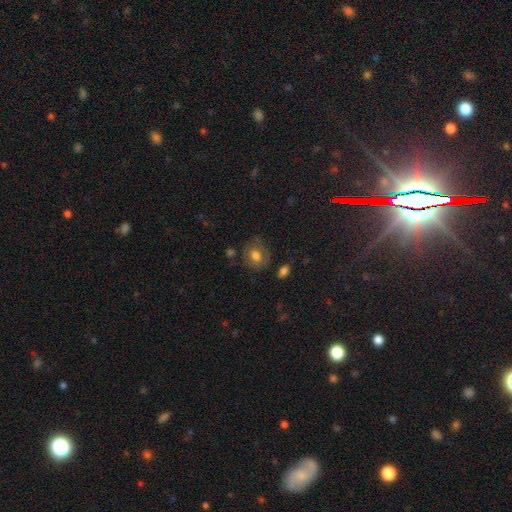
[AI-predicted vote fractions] Smooth or featured? smooth (68%)
How rounded? round (65%)
Merging? none (70%)